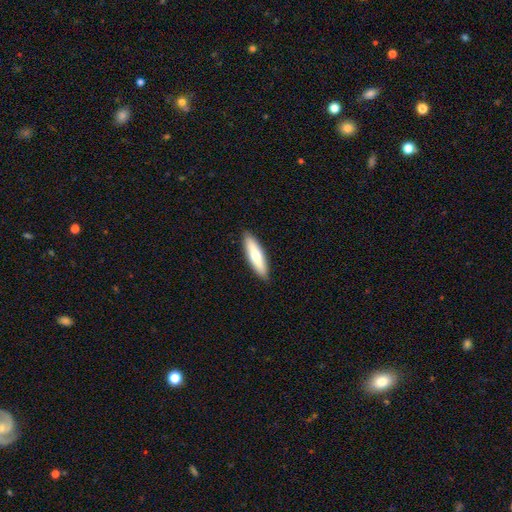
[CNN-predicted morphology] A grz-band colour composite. It shows a smooth galaxy with no disk features (65%) that is cigar-shaped (63%). Merging: none (90%).